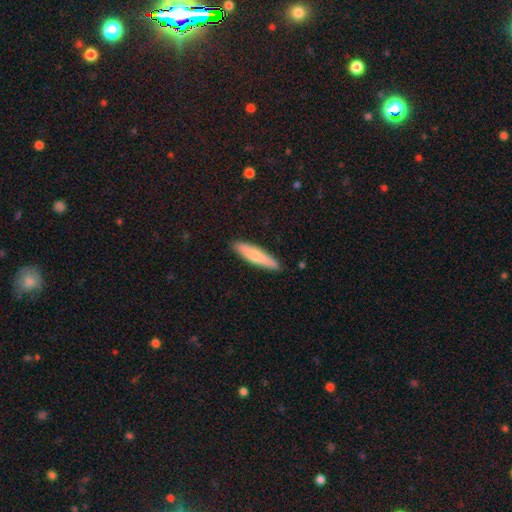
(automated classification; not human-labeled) Smooth or featured? Predicted: smooth (p=0.70). How rounded? Predicted: cigar-shaped (p=0.79). Merging? Predicted: none (p=0.88).